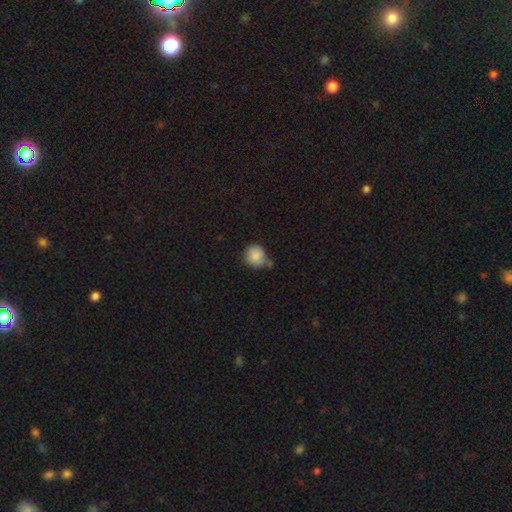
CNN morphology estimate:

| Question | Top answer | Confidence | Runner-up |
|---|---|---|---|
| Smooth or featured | smooth | 86% | star or artifact (8%) |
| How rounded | round | 89% | in between (10%) |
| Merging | none | 70% | minor disturbance (16%) |